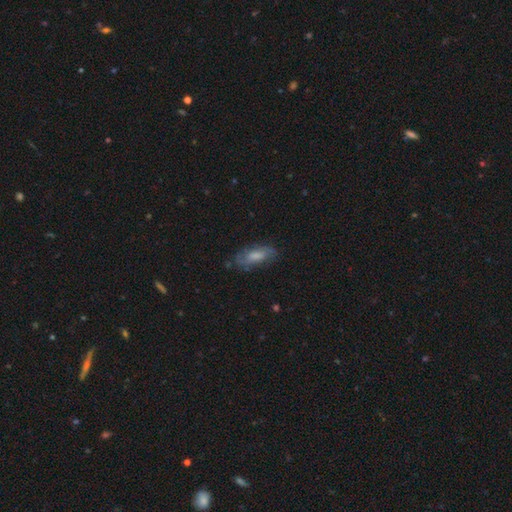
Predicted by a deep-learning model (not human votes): A smooth galaxy with no disk features (49%). Merging: none (70%).